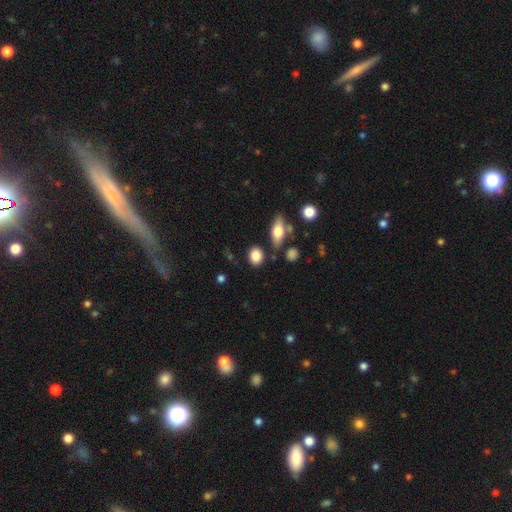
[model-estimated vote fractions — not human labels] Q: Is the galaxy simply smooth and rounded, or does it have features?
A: smooth — 84%.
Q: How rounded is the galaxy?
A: round — 55%.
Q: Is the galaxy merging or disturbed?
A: none — 80%.